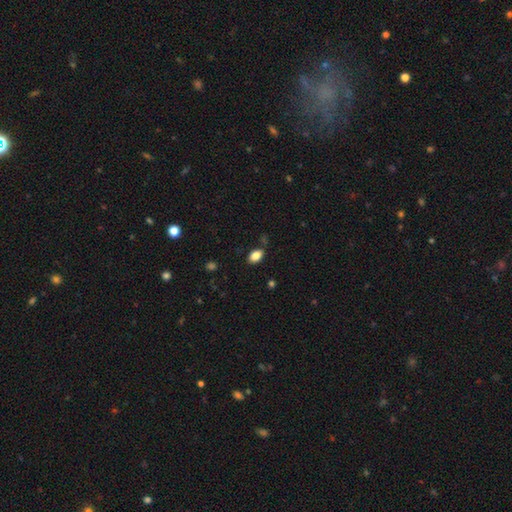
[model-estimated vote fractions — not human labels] Q: Smooth or featured?
A: smooth (84%); runner-up: star or artifact (9%)
Q: How rounded?
A: in between (89%); runner-up: round (9%)
Q: Merging?
A: none (80%); runner-up: minor disturbance (14%)